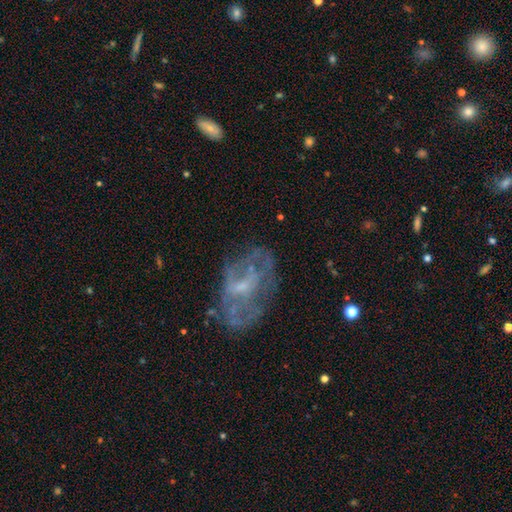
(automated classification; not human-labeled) Morphology: type=featured or disk (62%); edge-on=no (94%); bar=no (45%); spiral arms=yes (63%); bulge=small (54%); merging=none (67%).